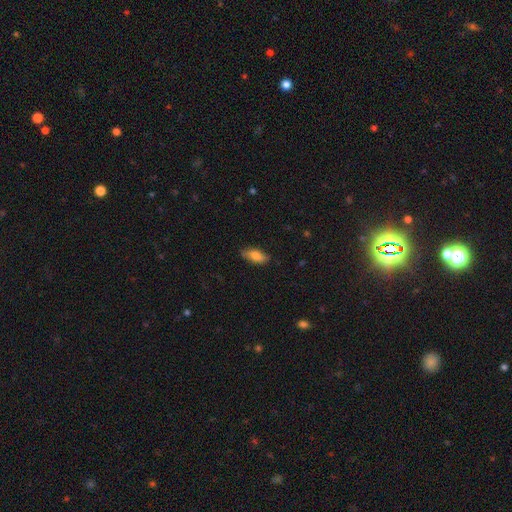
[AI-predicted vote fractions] Smooth or featured? smooth (76%)
How rounded? in between (78%)
Merging? none (81%)